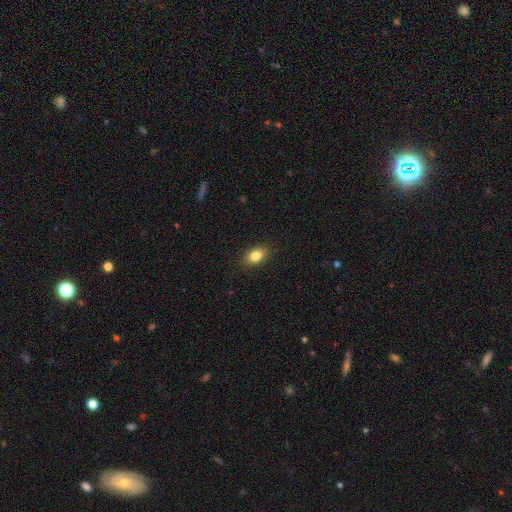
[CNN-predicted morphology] Overall: smooth (84%). How rounded: in between (80%). Merging: none (88%).